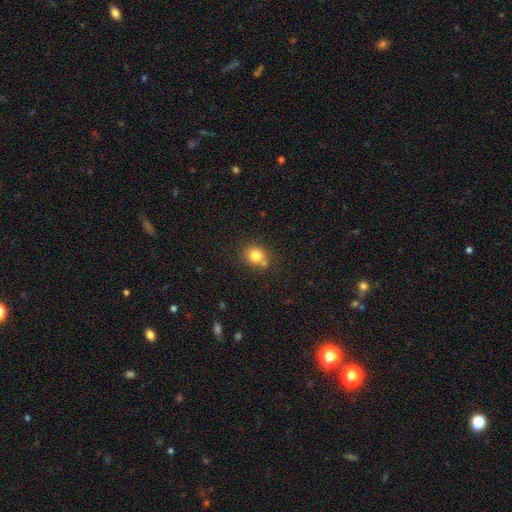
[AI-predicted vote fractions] A smooth galaxy with no disk features (80%) that is round (78%).

Vote fractions:
- Smooth or featured? smooth: 80% / star or artifact: 12% / featured or disk: 8%
- How rounded? round: 78% / in between: 21% / cigar-shaped: 1%
- Merging? none: 67% / merger: 17% / minor disturbance: 13% / major disturbance: 4%